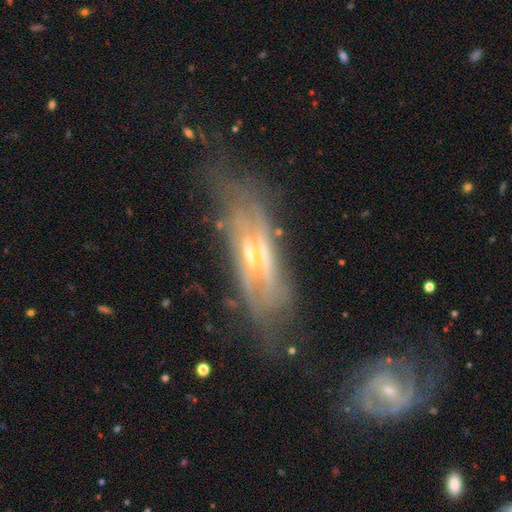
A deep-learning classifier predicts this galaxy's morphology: smooth_or_featured: featured or disk (p=0.73) [alt: smooth p=0.18]
disk_edge_on: yes (p=0.66) [alt: no p=0.34]
merging: none (p=0.59) [alt: minor disturbance p=0.23]